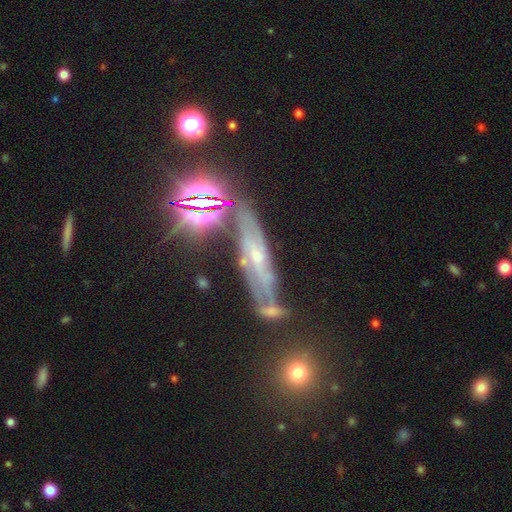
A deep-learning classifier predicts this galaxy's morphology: Smooth or featured? Predicted: featured or disk (p=0.55). Edge-on disk? Predicted: yes (p=0.52). Merging? Predicted: none (p=0.63).